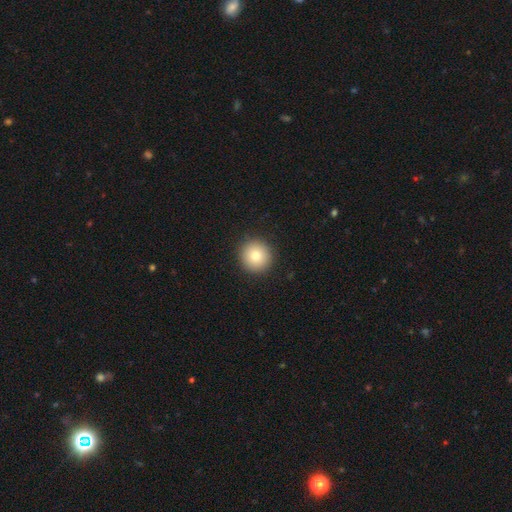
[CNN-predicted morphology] smooth 82%, star or artifact 10%, featured or disk 9%. Down the decision tree: how rounded — round (95%); merging — none (92%).